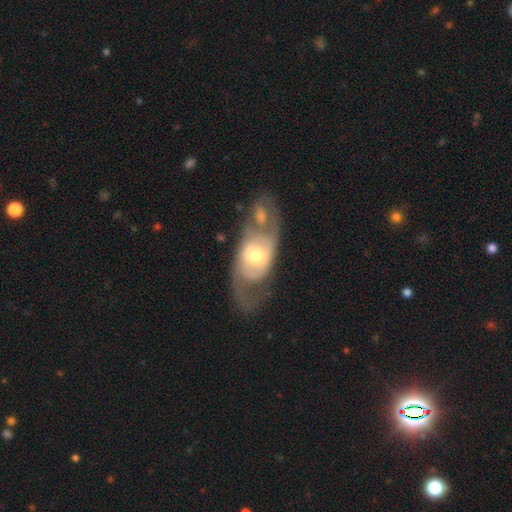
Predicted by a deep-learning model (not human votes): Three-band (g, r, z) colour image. It shows a featured or disk galaxy (71%) with no bar (66%), spiral arms (69%) and a moderate central bulge (64%). Merging: none (37%).